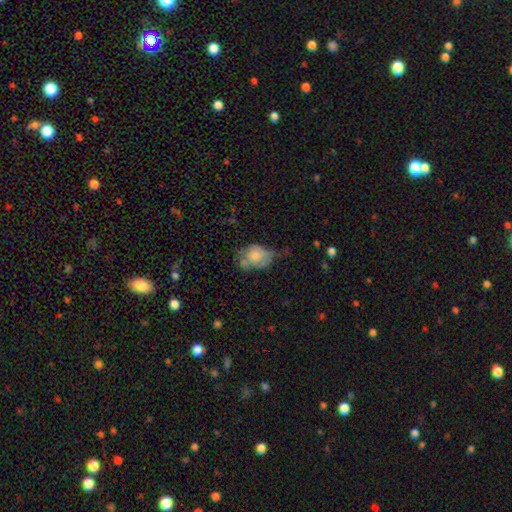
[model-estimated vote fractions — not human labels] Overall: smooth (68%). How rounded: in between (63%; round 36%). Merging: minor disturbance (38%; none 28%).